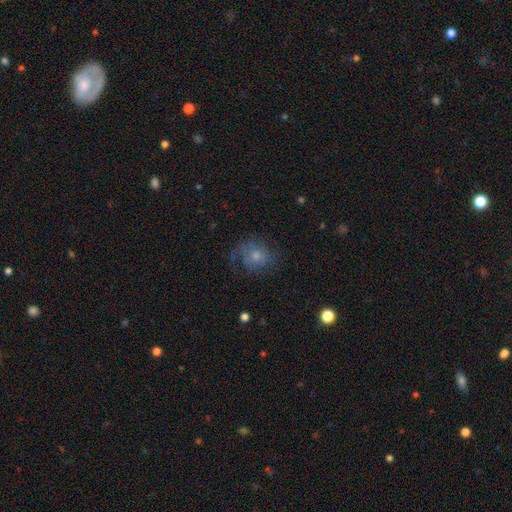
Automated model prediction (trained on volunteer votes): Q: Smooth or featured?
A: smooth (52%); runner-up: featured or disk (37%)
Q: How rounded?
A: round (67%); runner-up: in between (32%)
Q: Merging?
A: none (58%); runner-up: minor disturbance (22%)